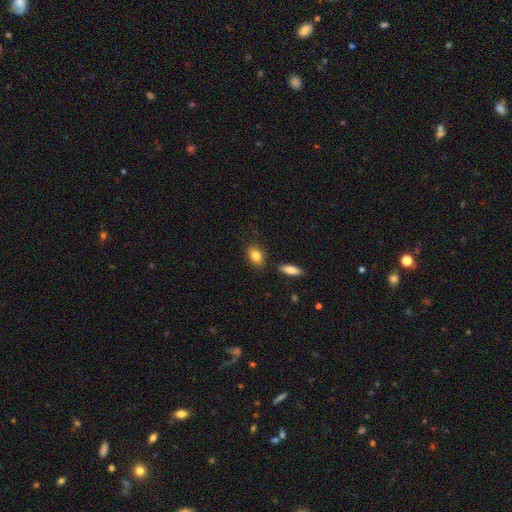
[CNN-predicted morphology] Overall: smooth (83%). How rounded: in between (78%). Merging: none (82%).